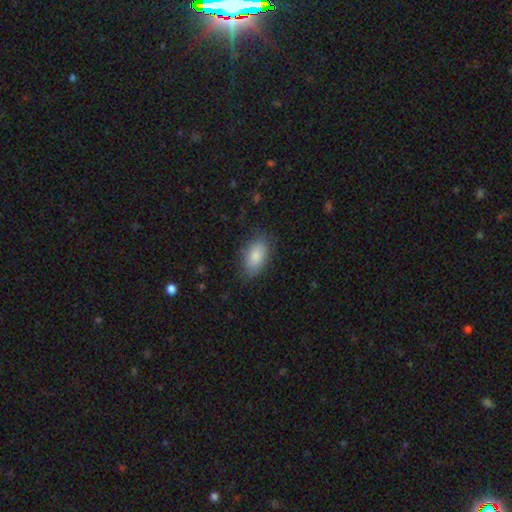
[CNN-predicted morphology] The model was most divided on "merging": none: 76%, minor disturbance: 17%, major disturbance: 5%, merger: 1%. More confident: how rounded — in between (92%); smooth or featured — smooth (85%).